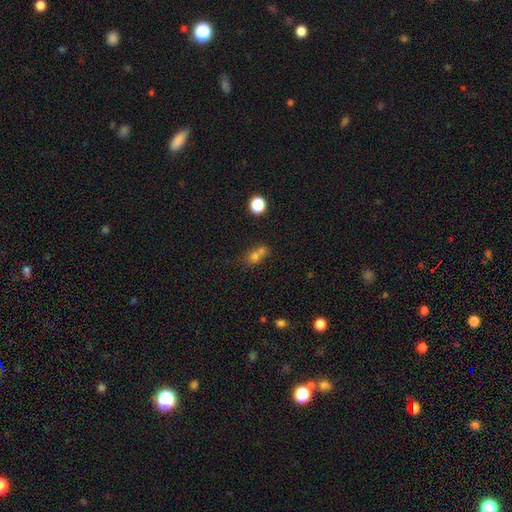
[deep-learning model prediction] Morphology: type=smooth (67%); roundness=round (64%); merging=merger (53%).